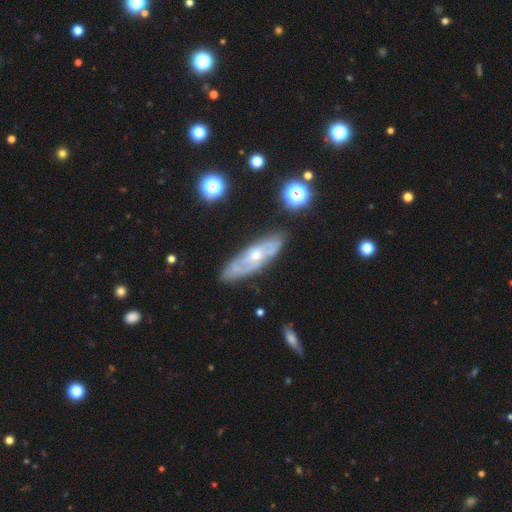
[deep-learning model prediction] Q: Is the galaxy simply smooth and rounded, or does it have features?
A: featured or disk — 70%.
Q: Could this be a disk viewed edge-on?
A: no — 72%.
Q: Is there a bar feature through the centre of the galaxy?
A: no — 72%.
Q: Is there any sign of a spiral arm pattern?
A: yes — 69%.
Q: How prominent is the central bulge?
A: small — 53%.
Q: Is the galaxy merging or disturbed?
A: none — 78%.